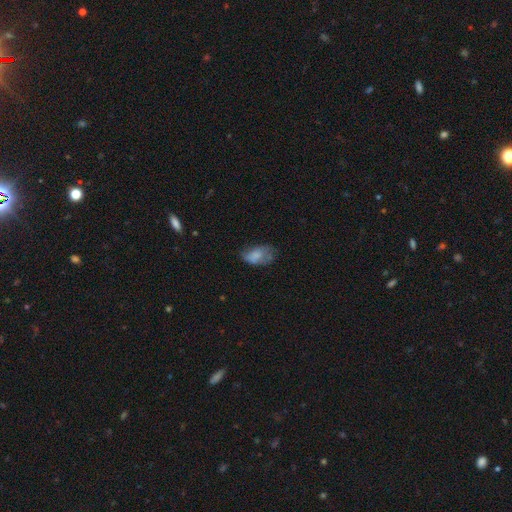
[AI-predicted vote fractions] smooth_or_featured: smooth (p=0.72) [alt: featured or disk p=0.20]
how_rounded: in between (p=0.91) [alt: round p=0.07]
merging: none (p=0.45) [alt: minor disturbance p=0.33]